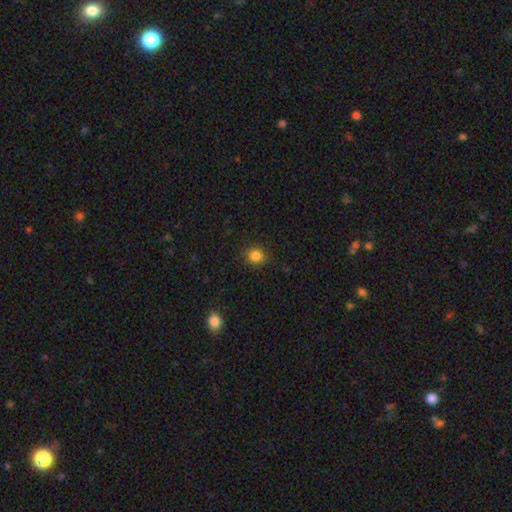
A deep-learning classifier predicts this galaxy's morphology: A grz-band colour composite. It shows a smooth galaxy with no disk features (84%) that is round (83%). Merging: none (87%).